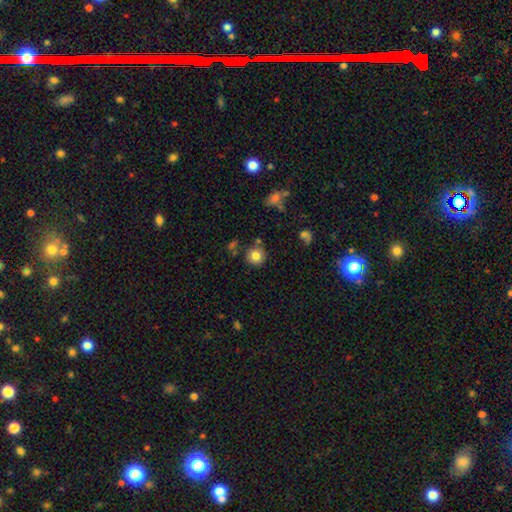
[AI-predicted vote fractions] This is clearly a smooth galaxy (81%). How rounded: clearly round (92%). Merging: clearly none (81%).